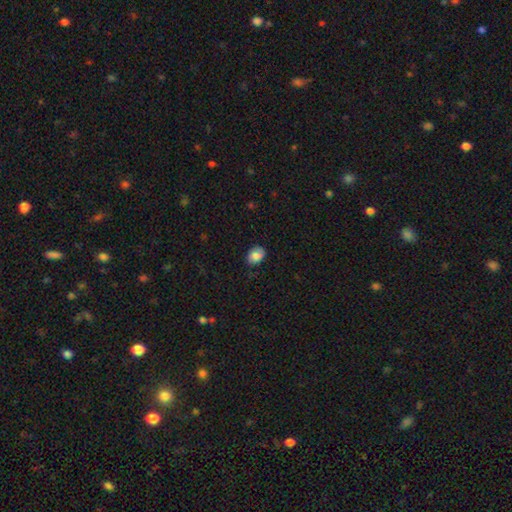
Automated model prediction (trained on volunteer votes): smooth_or_featured: smooth (p=0.81) [alt: featured or disk p=0.11]
how_rounded: in between (p=0.69) [alt: round p=0.30]
merging: none (p=0.77) [alt: minor disturbance p=0.18]